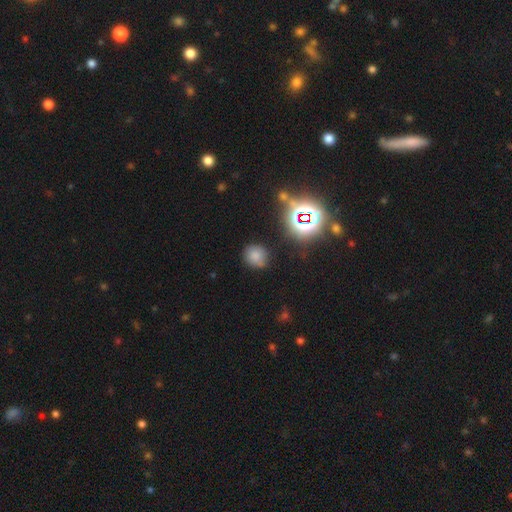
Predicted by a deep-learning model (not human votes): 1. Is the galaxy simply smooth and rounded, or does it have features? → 71% smooth, 20% star or artifact, 9% featured or disk.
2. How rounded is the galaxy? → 77% round, 22% in between, 1% cigar-shaped.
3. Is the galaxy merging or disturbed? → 75% none, 17% minor disturbance, 5% major disturbance, 3% merger.